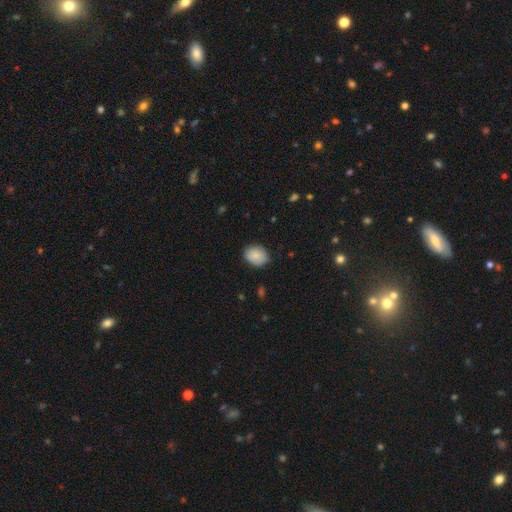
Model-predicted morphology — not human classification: Smooth or featured? smooth (85%)
How rounded? in between (57%)
Merging? none (80%)